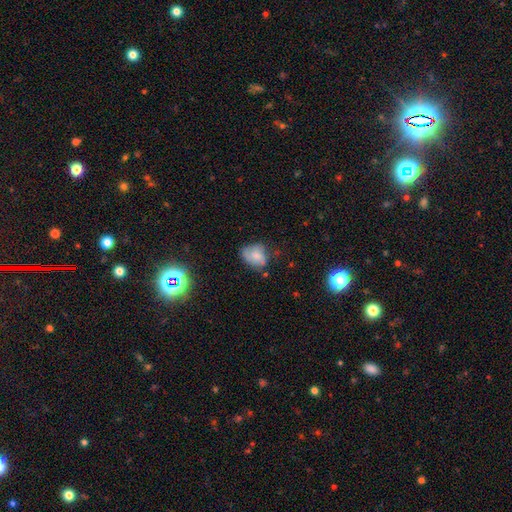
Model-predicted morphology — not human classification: A smooth galaxy with no disk features (66%) that is in between round and cigar-shaped (61%). Merging: none (45%).